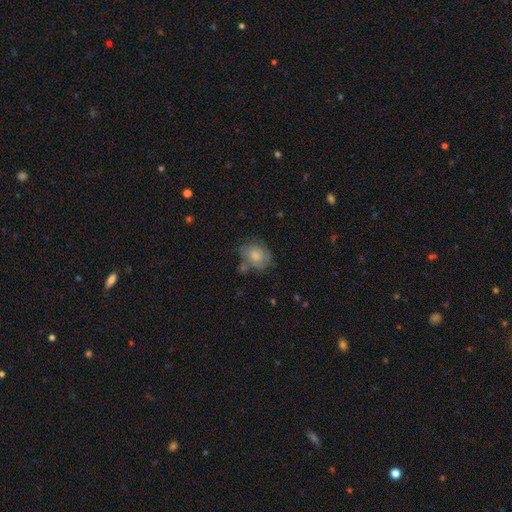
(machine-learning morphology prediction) Overall: smooth (63%; featured or disk 29%). How rounded: round (50%; in between 49%). Merging: none (51%; minor disturbance 27%).